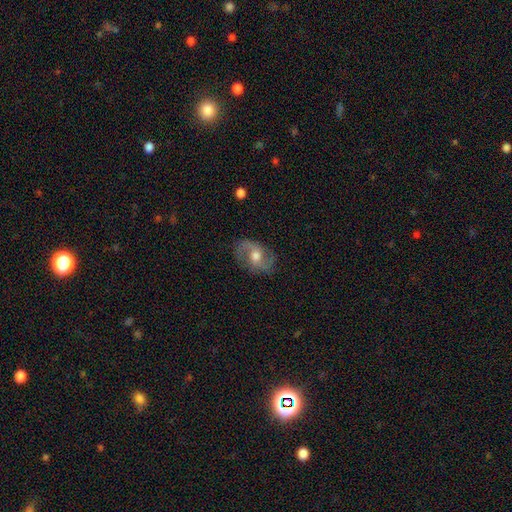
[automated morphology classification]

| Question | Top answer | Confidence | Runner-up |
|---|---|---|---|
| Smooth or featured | featured or disk | 75% | smooth (17%) |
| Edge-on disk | no | 96% | yes (4%) |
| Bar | no | 53% | weak (38%) |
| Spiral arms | yes | 90% | no (10%) |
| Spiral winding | medium | 45% | loose (39%) |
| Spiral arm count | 2 | 85% | can't tell (7%) |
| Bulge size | moderate | 71% | large (14%) |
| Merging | none | 77% | minor disturbance (15%) |